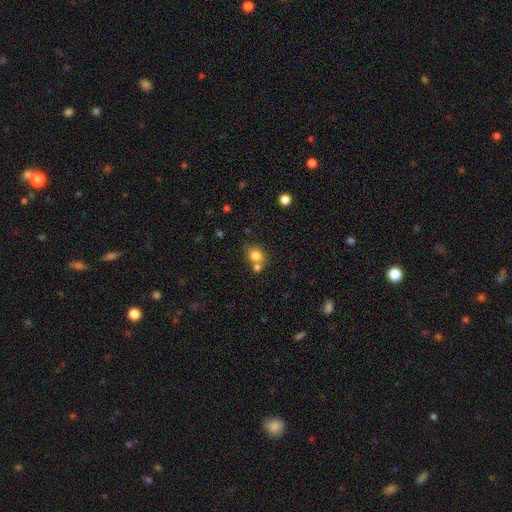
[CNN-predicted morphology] Overall: smooth (79%). How rounded: round (62%; in between 37%). Merging: none (49%; merger 35%).